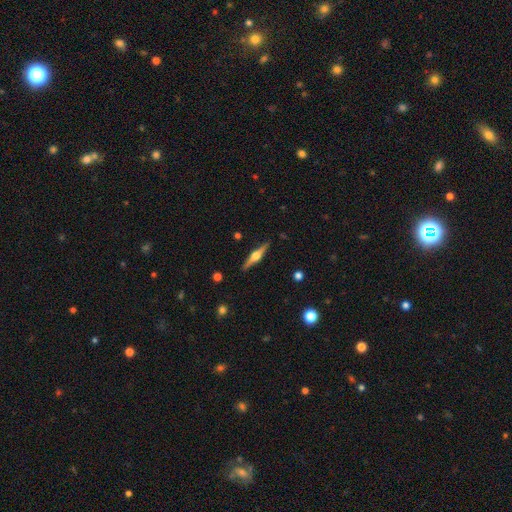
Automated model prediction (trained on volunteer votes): Morphology: type=featured or disk (78%); edge-on=yes (98%); edge-on bulge=rounded (94%); merging=none (91%).